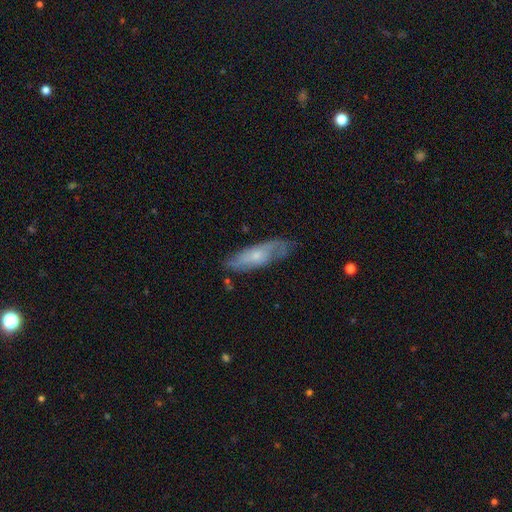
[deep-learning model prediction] smooth_or_featured: featured or disk (p=0.57) [alt: smooth p=0.36]
disk_edge_on: no (p=0.75) [alt: yes p=0.25]
merging: none (p=0.67) [alt: minor disturbance p=0.24]